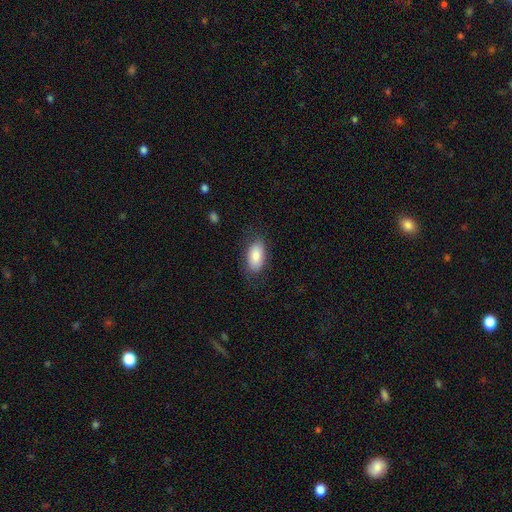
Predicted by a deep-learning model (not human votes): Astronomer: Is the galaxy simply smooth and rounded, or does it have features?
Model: smooth — 83%.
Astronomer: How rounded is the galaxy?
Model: in between — 92%.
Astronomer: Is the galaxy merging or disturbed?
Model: none — 77%.